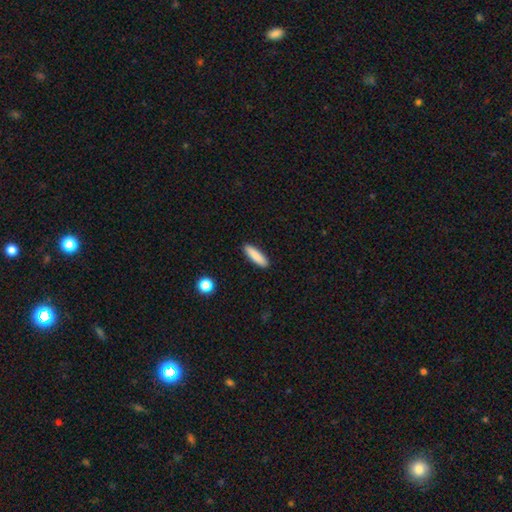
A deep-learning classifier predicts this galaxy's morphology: Smooth or featured: smooth — 87% (featured or disk — 7%)
How rounded: cigar-shaped — 70% (in between — 29%)
Merging: none — 91% (minor disturbance — 7%)